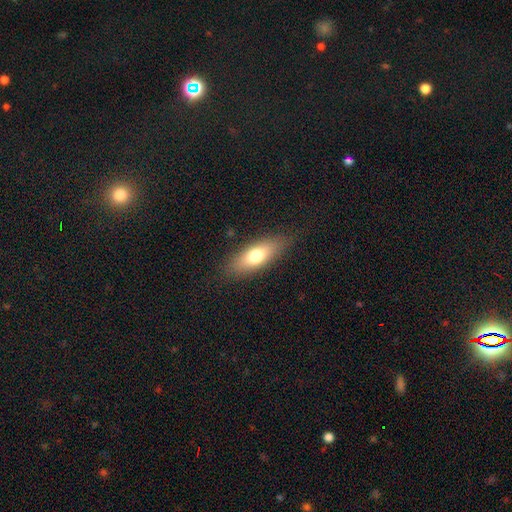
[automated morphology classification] Q: Smooth or featured?
A: smooth (69%); runner-up: featured or disk (23%)
Q: How rounded?
A: in between (65%); runner-up: cigar-shaped (31%)
Q: Merging?
A: none (83%); runner-up: minor disturbance (12%)